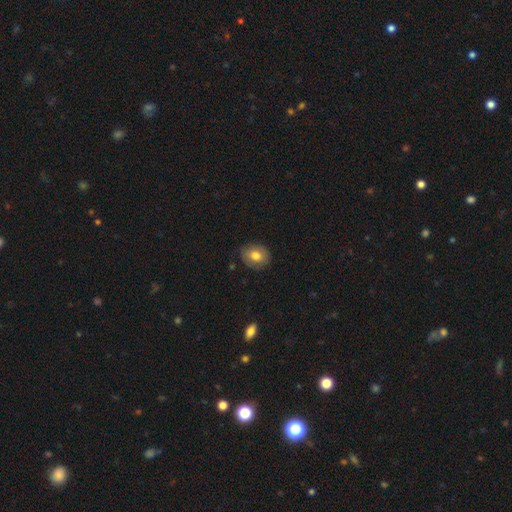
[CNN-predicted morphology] Smooth or featured: smooth — 74% (featured or disk — 19%)
How rounded: in between — 51% (round — 48%)
Merging: none — 84% (minor disturbance — 13%)